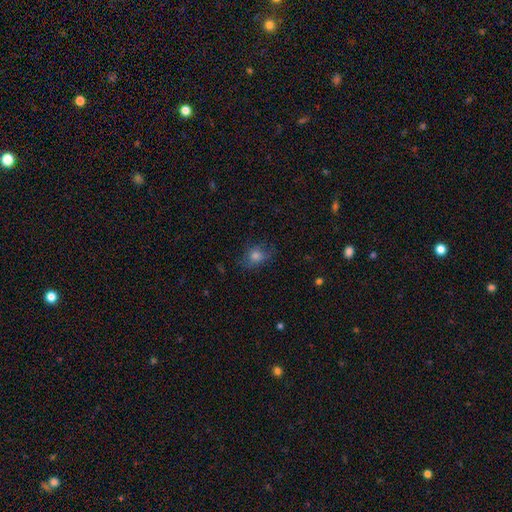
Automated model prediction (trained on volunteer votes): smooth 69%, star or artifact 16%, featured or disk 15%. Down the decision tree: how rounded — round (53%); merging — none (68%).